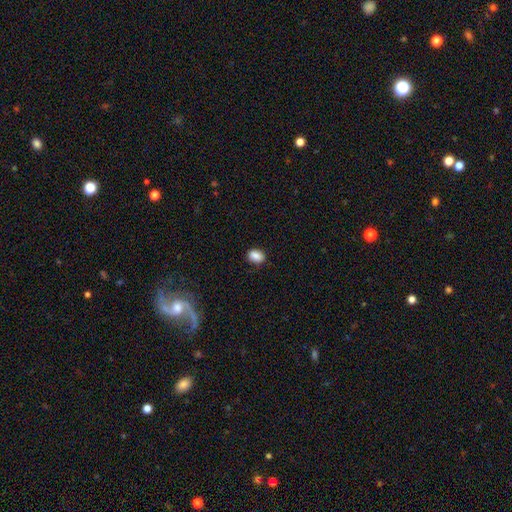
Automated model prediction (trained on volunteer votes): smooth_or_featured: smooth (p=0.88) [alt: star or artifact p=0.08]
how_rounded: in between (p=0.76) [alt: round p=0.23]
merging: none (p=0.83) [alt: minor disturbance p=0.13]